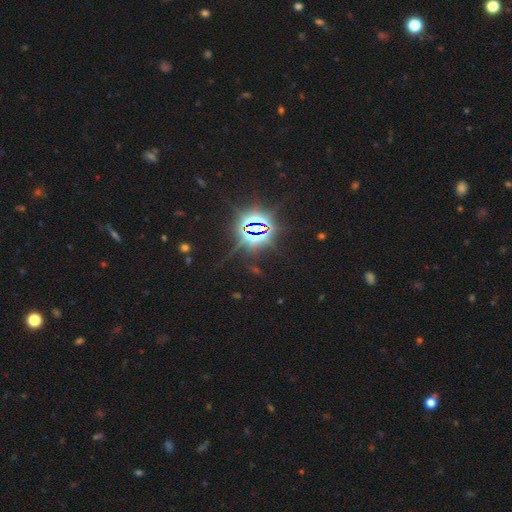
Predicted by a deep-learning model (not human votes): The model was most divided on "smooth or featured": star or artifact: 83%, smooth: 12%, featured or disk: 6%.